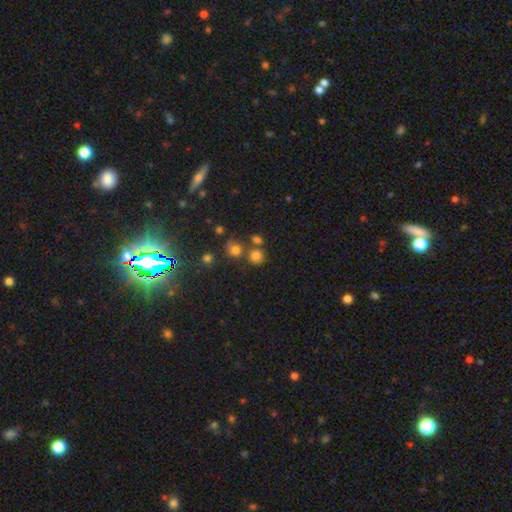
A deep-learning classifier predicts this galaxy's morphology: Smooth or featured? Predicted: smooth (p=0.77). How rounded? Predicted: round (p=0.88). Merging? Predicted: none (p=0.66).